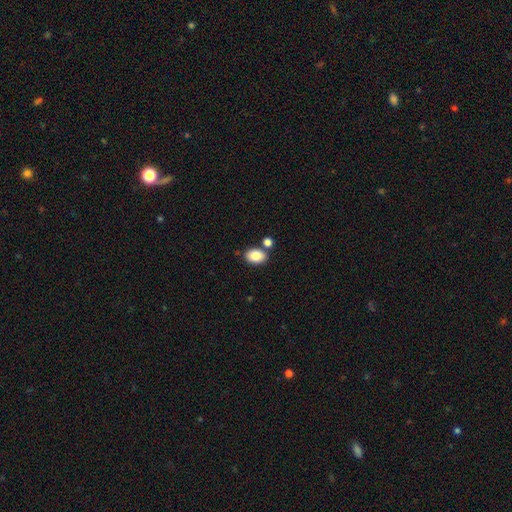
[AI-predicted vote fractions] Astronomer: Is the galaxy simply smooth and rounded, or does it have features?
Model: smooth — 86%.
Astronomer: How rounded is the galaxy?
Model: in between — 82%.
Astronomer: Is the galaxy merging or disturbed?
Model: none — 70%.